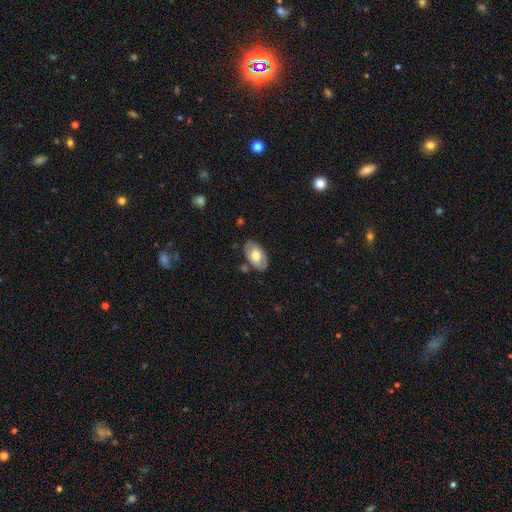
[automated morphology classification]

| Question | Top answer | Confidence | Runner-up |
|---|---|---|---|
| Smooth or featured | smooth | 56% | featured or disk (38%) |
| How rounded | in between | 93% | round (5%) |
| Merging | none | 76% | minor disturbance (15%) |